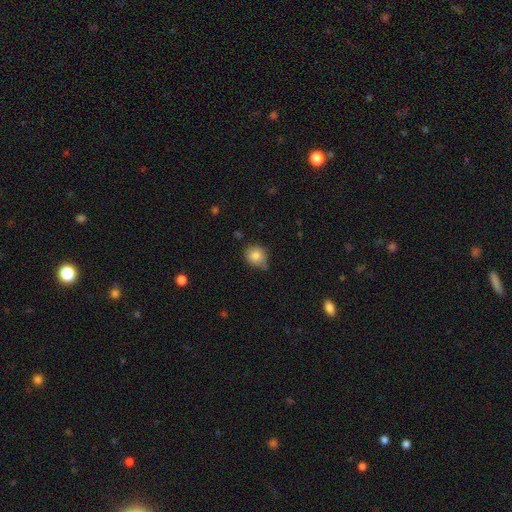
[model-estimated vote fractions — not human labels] Smooth or featured?
  - smooth: 82% *
  - star or artifact: 10%
  - featured or disk: 8%
How rounded?
  - round: 79% *
  - in between: 20%
  - cigar-shaped: 1%
Merging?
  - none: 64% *
  - minor disturbance: 27%
  - major disturbance: 4%
  - merger: 4%